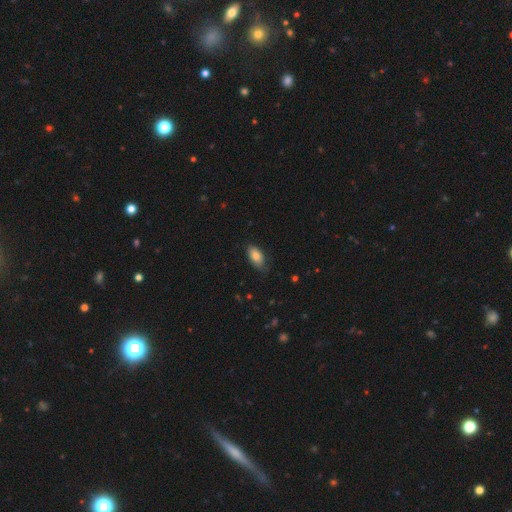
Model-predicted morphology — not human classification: smooth_or_featured: smooth (p=0.81) [alt: featured or disk p=0.12]
how_rounded: in between (p=0.91) [alt: cigar-shaped p=0.06]
merging: none (p=0.74) [alt: minor disturbance p=0.22]